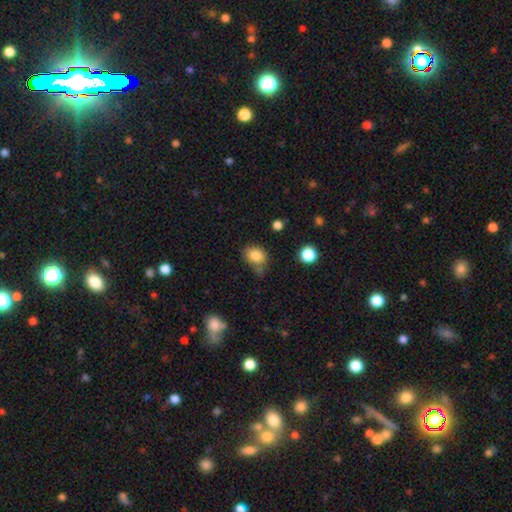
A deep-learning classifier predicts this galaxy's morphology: Smooth or featured? Predicted: smooth (p=0.83). How rounded? Predicted: in between (p=0.62). Merging? Predicted: none (p=0.54).